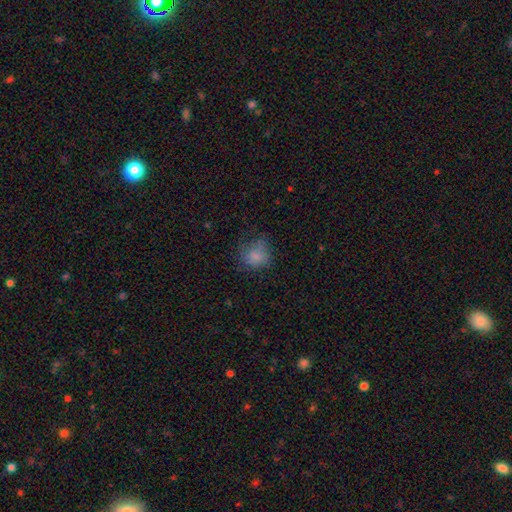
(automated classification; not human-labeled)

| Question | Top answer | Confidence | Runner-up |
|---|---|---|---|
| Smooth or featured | smooth | 76% | featured or disk (12%) |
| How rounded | round | 72% | in between (27%) |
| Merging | none | 58% | minor disturbance (24%) |